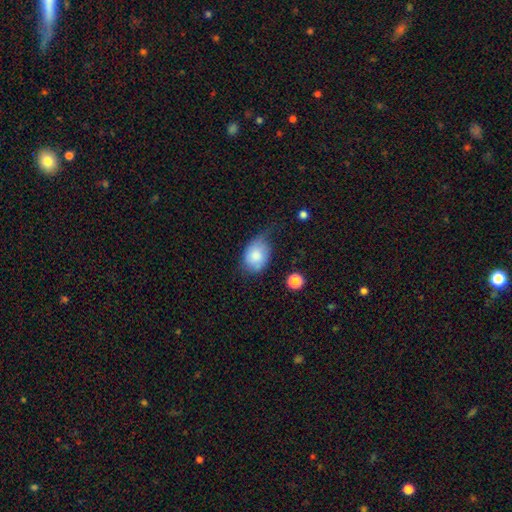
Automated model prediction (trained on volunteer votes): Smooth or featured? smooth (79%)
How rounded? in between (70%)
Merging? minor disturbance (43%)